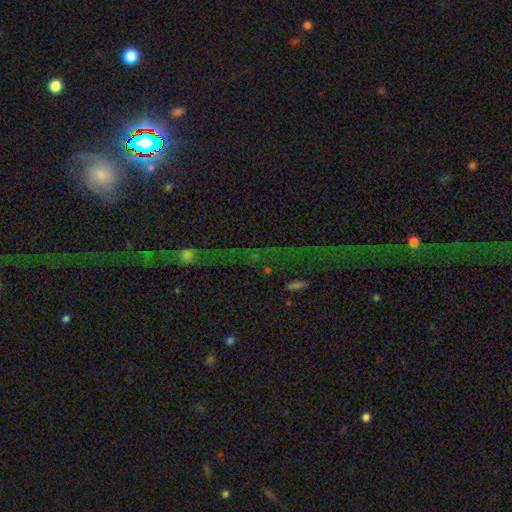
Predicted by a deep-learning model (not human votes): This appears to be a star or artifact, not a galaxy (75%).